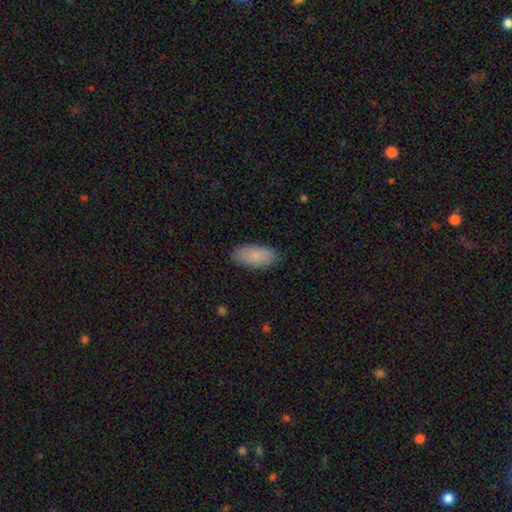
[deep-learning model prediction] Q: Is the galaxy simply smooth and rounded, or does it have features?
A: smooth — 86%.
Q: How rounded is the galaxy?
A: in between — 92%.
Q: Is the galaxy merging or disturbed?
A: none — 86%.